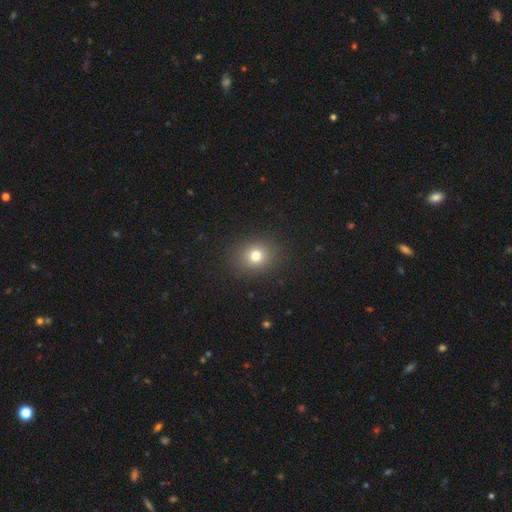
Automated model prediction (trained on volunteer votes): This appears to be a smooth galaxy with no disk features (76%) that is round (73%). Merging: none (89%).